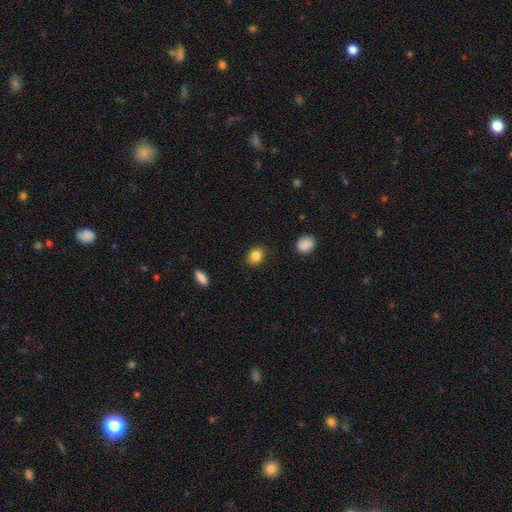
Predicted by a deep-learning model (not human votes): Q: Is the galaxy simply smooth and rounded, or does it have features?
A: smooth — 85%.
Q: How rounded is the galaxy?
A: in between — 54%.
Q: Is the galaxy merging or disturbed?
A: none — 87%.